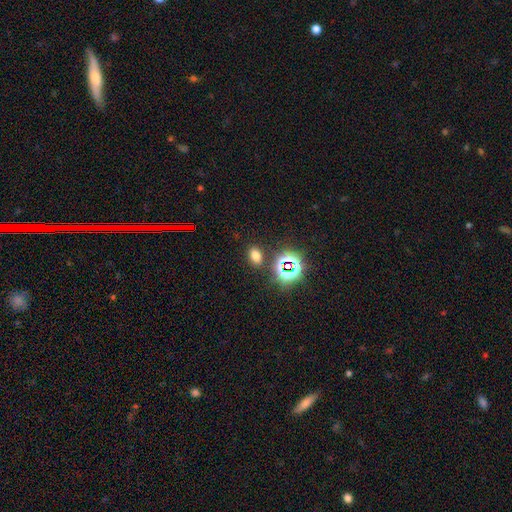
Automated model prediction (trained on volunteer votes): This appears to be a smooth galaxy with no disk features (66%) that is in between round and cigar-shaped (75%). Merging: none (82%).